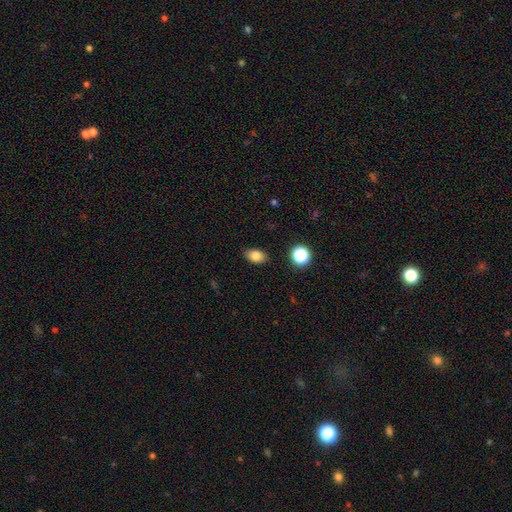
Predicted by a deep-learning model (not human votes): A smooth galaxy with no disk features (82%) that is in between round and cigar-shaped (83%).

Vote fractions:
- Smooth or featured? smooth: 82% / star or artifact: 11% / featured or disk: 7%
- How rounded? in between: 83% / round: 15% / cigar-shaped: 2%
- Merging? none: 86% / minor disturbance: 10% / major disturbance: 2% / merger: 1%